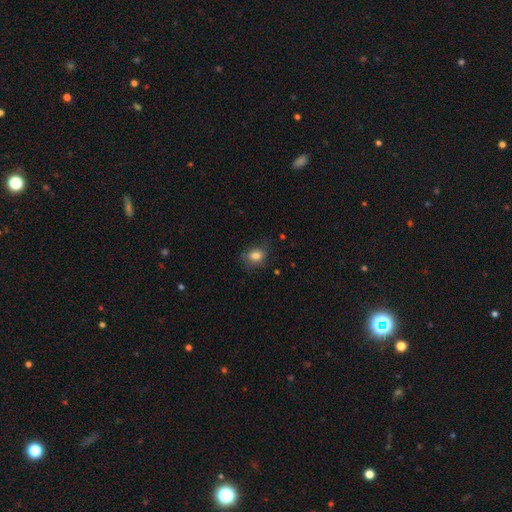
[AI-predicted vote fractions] smooth 79%, featured or disk 10%, star or artifact 10%. Down the decision tree: how rounded — in between (50%); merging — none (67%).